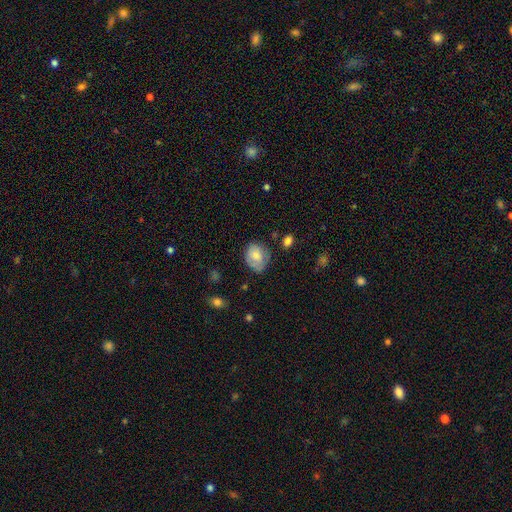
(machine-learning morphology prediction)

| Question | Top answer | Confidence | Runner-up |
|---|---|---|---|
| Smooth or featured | smooth | 71% | featured or disk (21%) |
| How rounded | in between | 50% | round (49%) |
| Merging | none | 58% | minor disturbance (30%) |